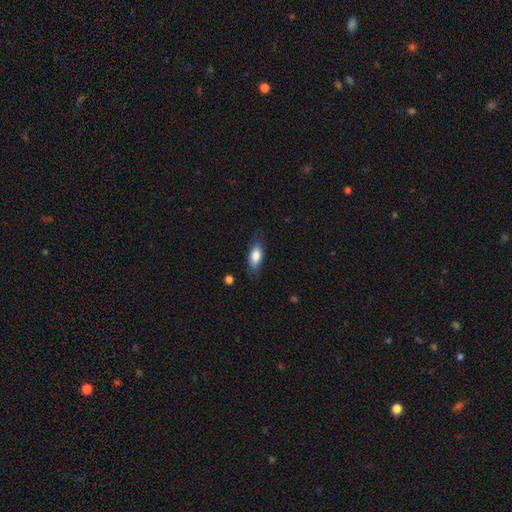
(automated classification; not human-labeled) smooth-or-featured: smooth: 82% | featured or disk: 12% | star or artifact: 7%
  how-rounded: in between: 83% | cigar-shaped: 13% | round: 4%
  merging: none: 76% | minor disturbance: 18% | major disturbance: 5% | merger: 1%